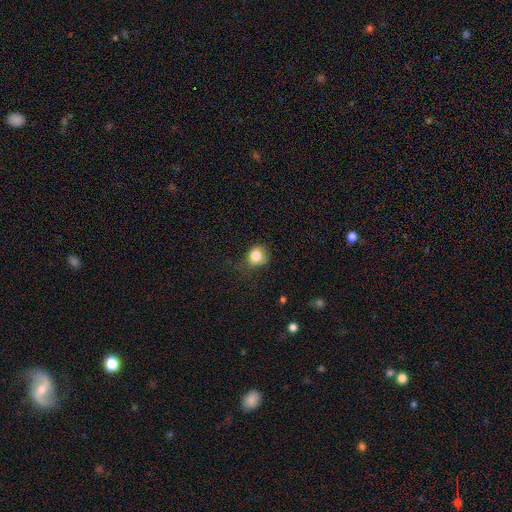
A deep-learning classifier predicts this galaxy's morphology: The model was most divided on "merging": none: 52%, minor disturbance: 31%, major disturbance: 15%, merger: 2%. More confident: smooth or featured — smooth (81%); how rounded — round (70%).